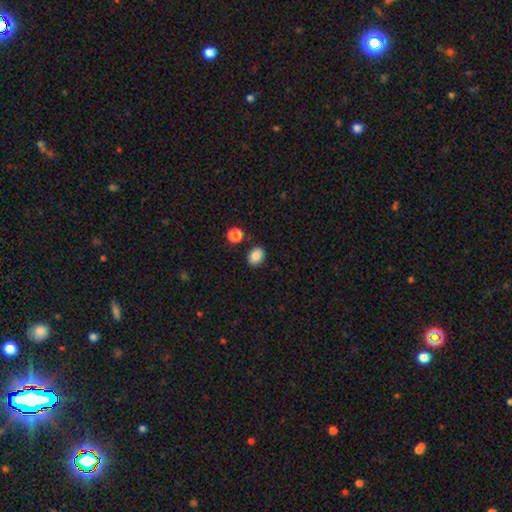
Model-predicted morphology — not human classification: type=smooth (86%); roundness=in between (56%); merging=none (84%).